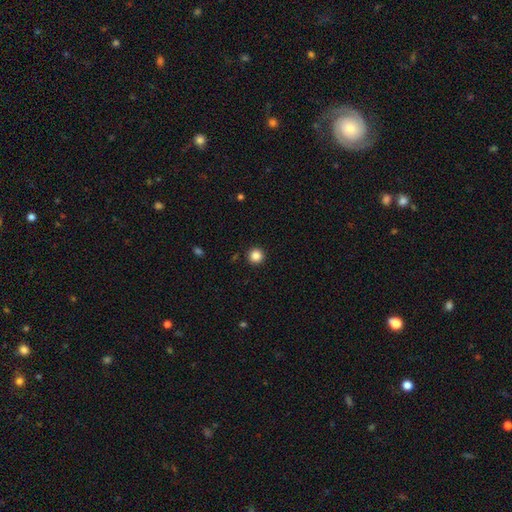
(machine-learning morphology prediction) Smooth or featured?
  - smooth: 86% *
  - star or artifact: 11%
  - featured or disk: 3%
How rounded?
  - round: 96% *
  - in between: 3%
  - cigar-shaped: 1%
Merging?
  - none: 93% *
  - minor disturbance: 4%
  - major disturbance: 2%
  - merger: 1%